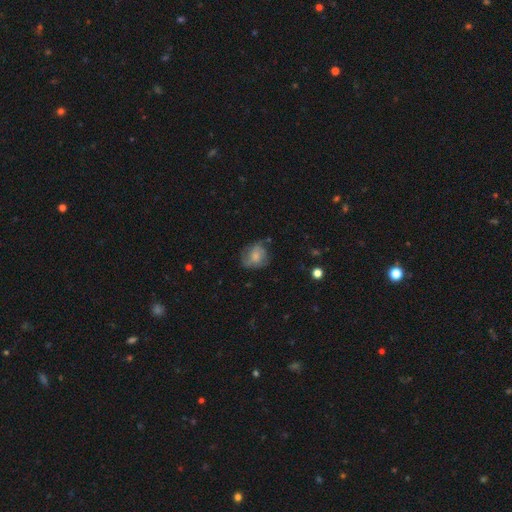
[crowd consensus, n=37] This appears to be a smooth galaxy with no disk features (51%) that is round (84%). Merging: none (36%).